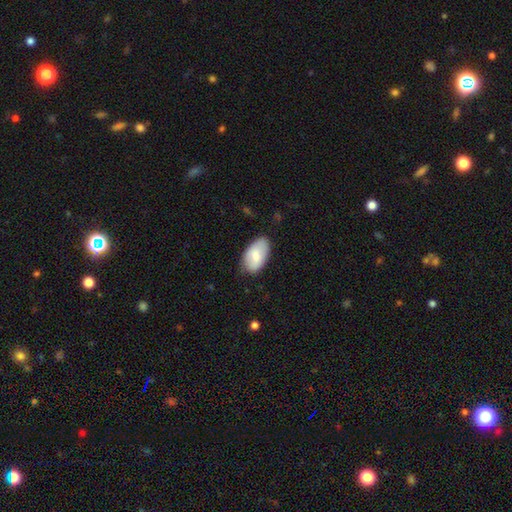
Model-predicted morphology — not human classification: This appears to be a smooth galaxy with no disk features (76%) that is in between round and cigar-shaped (95%). Merging: none (74%).